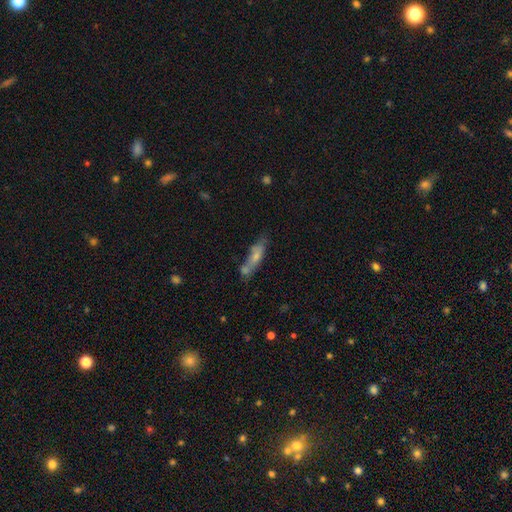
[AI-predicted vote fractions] Smooth or featured?
  - smooth: 65% *
  - featured or disk: 27%
  - star or artifact: 8%
How rounded?
  - cigar-shaped: 65% *
  - in between: 32%
  - round: 2%
Merging?
  - none: 43% *
  - merger: 28%
  - minor disturbance: 21%
  - major disturbance: 8%